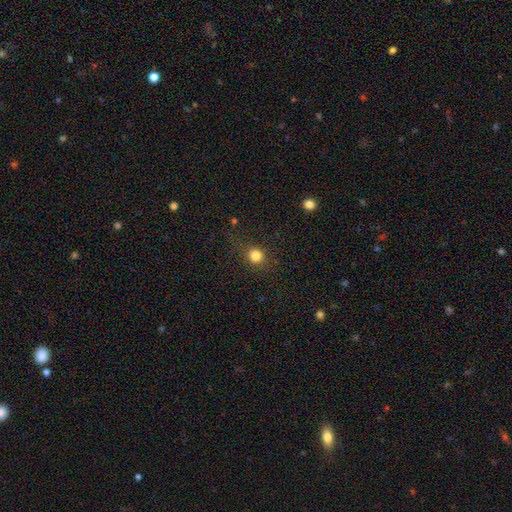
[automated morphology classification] This is clearly a smooth galaxy (80%). How rounded: clearly round (85%). Merging: likely none (80%).